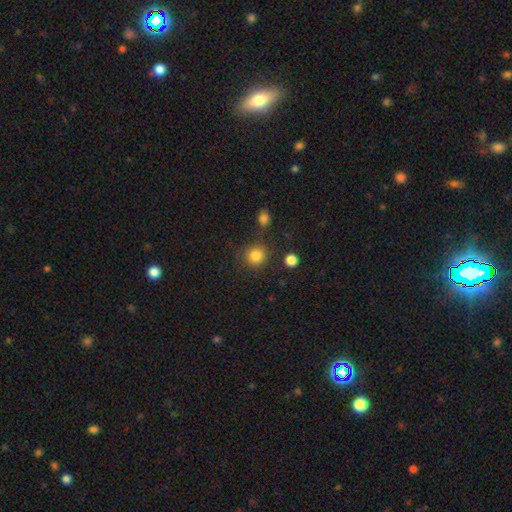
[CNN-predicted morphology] Smooth or featured? smooth (83%)
How rounded? round (91%)
Merging? none (83%)